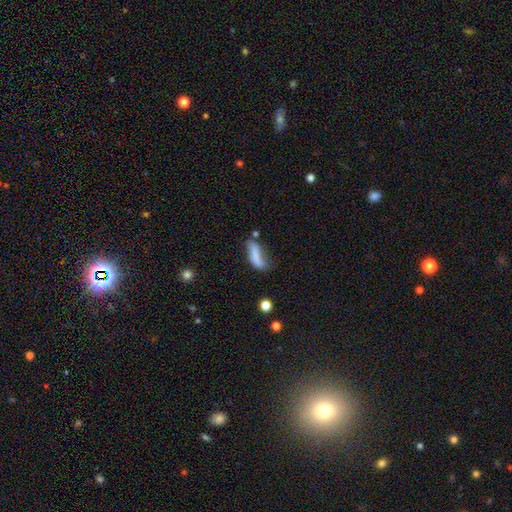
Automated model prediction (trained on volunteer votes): Morphology: type=smooth (72%); roundness=in between (57%); merging=none (41%).